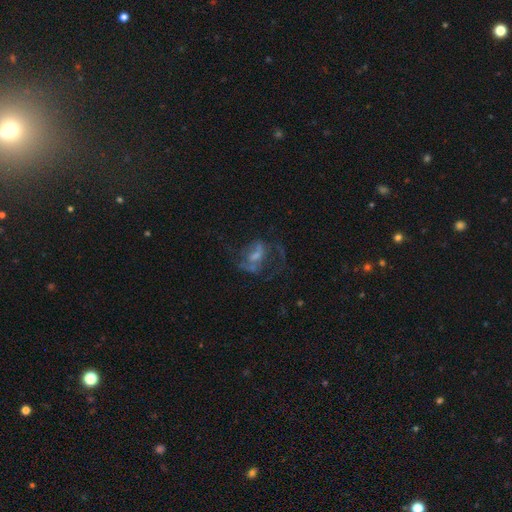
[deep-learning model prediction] This appears to be a featured or disk galaxy (60%) with no bar (48%), spiral arms (56%) and a small central bulge (39%). Merging: none (41%).